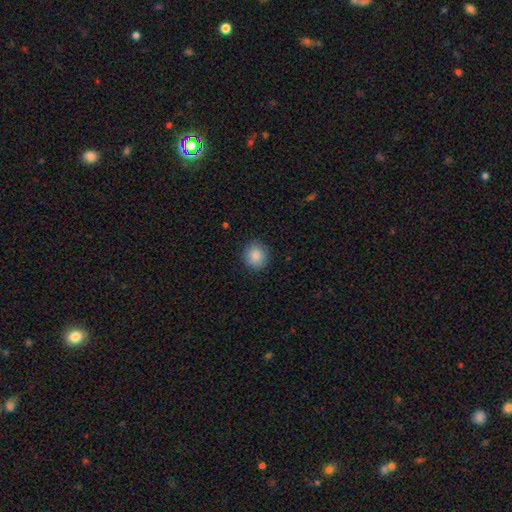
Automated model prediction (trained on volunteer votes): Smooth or featured?
  - smooth: 88% *
  - star or artifact: 8%
  - featured or disk: 4%
How rounded?
  - round: 88% *
  - in between: 11%
  - cigar-shaped: 1%
Merging?
  - none: 89% *
  - minor disturbance: 8%
  - major disturbance: 2%
  - merger: 1%